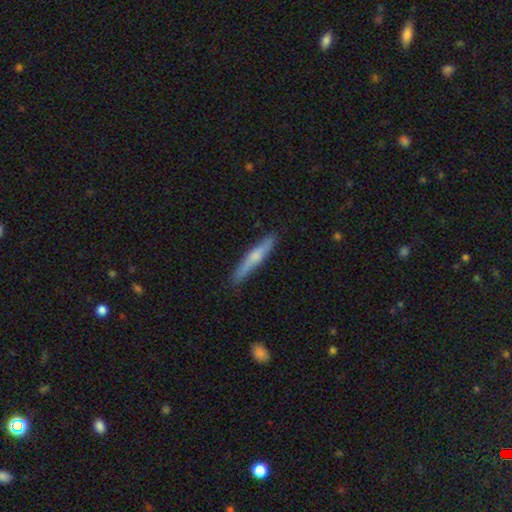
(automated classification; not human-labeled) smooth-or-featured: smooth: 53% | featured or disk: 42% | star or artifact: 6%
  how-rounded: cigar-shaped: 93% | in between: 5% | round: 2%
  merging: none: 86% | minor disturbance: 11% | major disturbance: 2% | merger: 1%